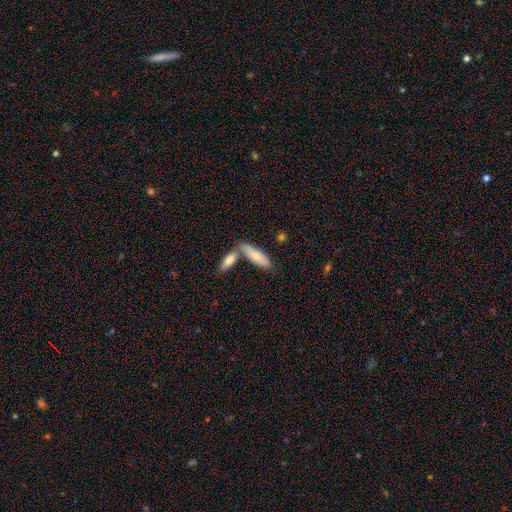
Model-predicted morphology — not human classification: Smooth or featured? smooth (76%)
How rounded? cigar-shaped (51%)
Merging? none (49%)